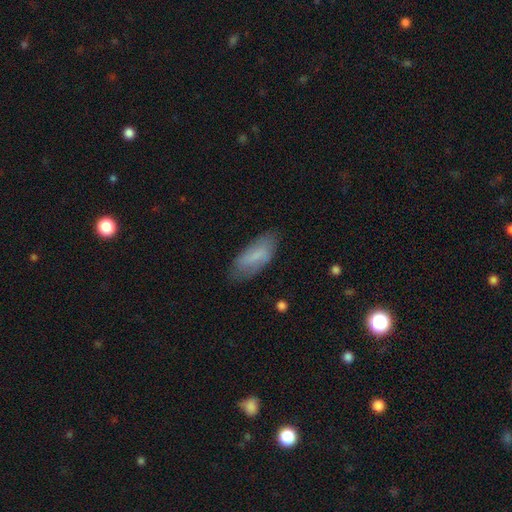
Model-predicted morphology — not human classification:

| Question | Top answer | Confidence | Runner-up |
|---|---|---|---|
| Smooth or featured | smooth | 71% | featured or disk (22%) |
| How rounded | in between | 77% | cigar-shaped (21%) |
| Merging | none | 73% | minor disturbance (20%) |